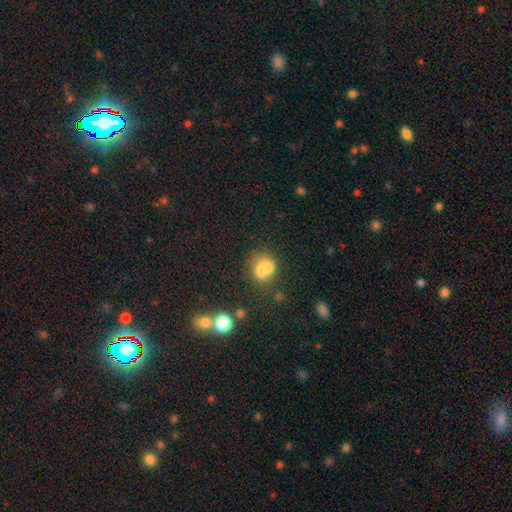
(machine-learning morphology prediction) Overall: smooth (53%; star or artifact 41%). How rounded: round (76%). Merging: none (78%).